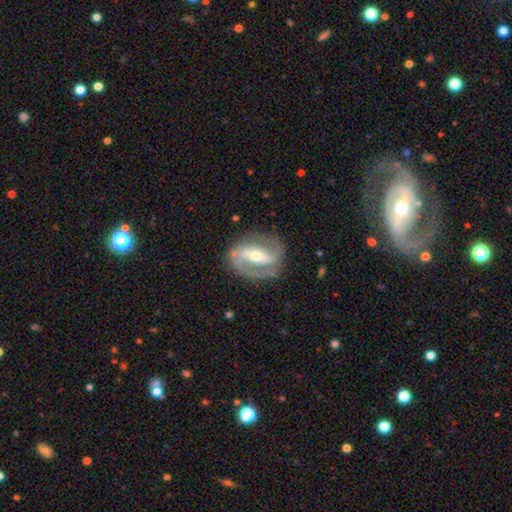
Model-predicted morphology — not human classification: featured or disk 86%, smooth 10%, star or artifact 5%. Down the decision tree: edge-on disk — no (96%); bar — strong (56%); spiral arms — yes (91%); spiral arm count — 2 (86%); spiral winding — medium (49%); bulge size — moderate (50%); merging — none (78%).